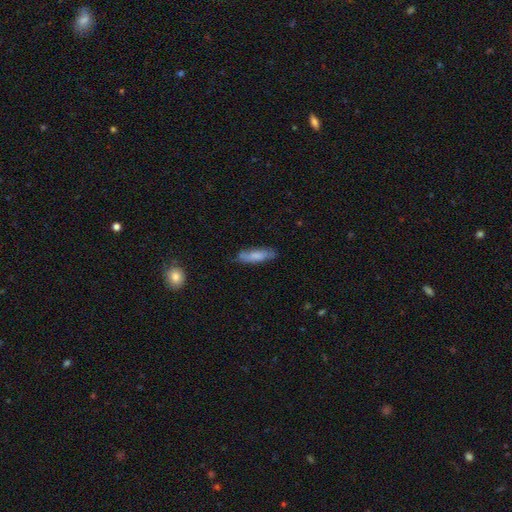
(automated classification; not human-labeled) smooth 72%, featured or disk 22%, star or artifact 6%. Down the decision tree: how rounded — cigar-shaped (69%); merging — none (75%).